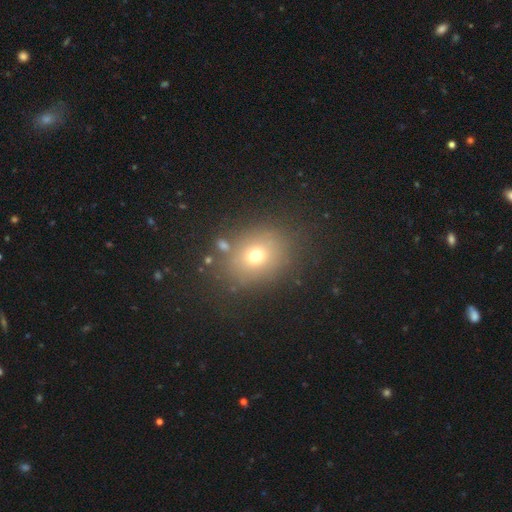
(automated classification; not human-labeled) smooth-or-featured: smooth: 68% | star or artifact: 19% | featured or disk: 13%
  how-rounded: round: 58% | in between: 41% | cigar-shaped: 1%
  merging: none: 79% | minor disturbance: 11% | major disturbance: 5% | merger: 5%